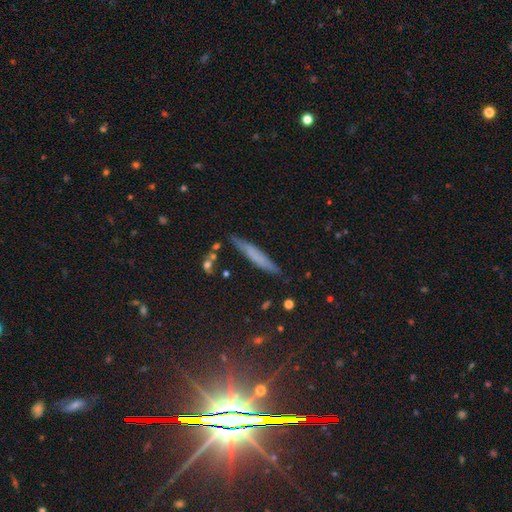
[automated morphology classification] Smooth or featured? Predicted: smooth (p=0.61). How rounded? Predicted: cigar-shaped (p=0.93). Merging? Predicted: none (p=0.82).